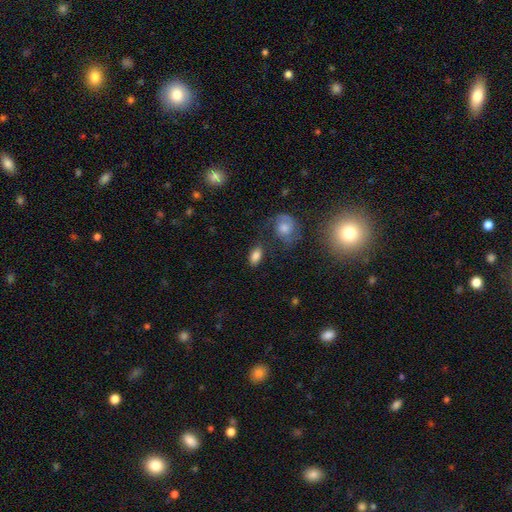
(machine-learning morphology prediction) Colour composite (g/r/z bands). It shows a smooth galaxy with no disk features (82%) that is in between round and cigar-shaped (89%). Merging: none (74%).